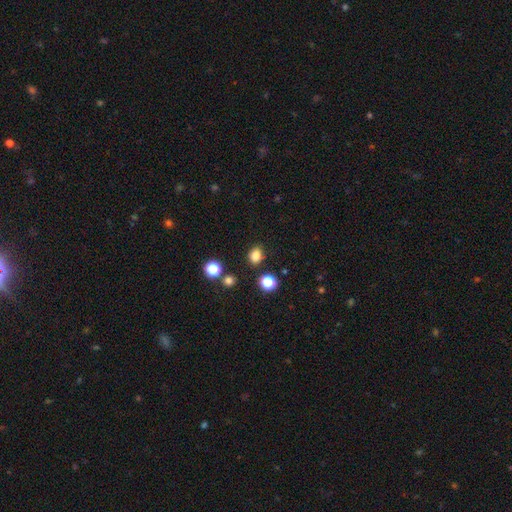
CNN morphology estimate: Smooth or featured?
  - smooth: 82% *
  - star or artifact: 14%
  - featured or disk: 4%
How rounded?
  - in between: 50% *
  - round: 49%
  - cigar-shaped: 1%
Merging?
  - none: 82% *
  - minor disturbance: 11%
  - merger: 4%
  - major disturbance: 3%